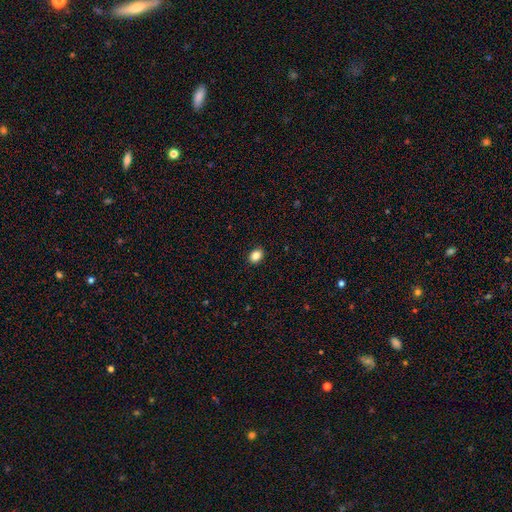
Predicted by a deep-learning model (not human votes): The model was most divided on "how rounded": in between: 67%, round: 32%, cigar-shaped: 1%. More confident: merging — none (90%); smooth or featured — smooth (86%).